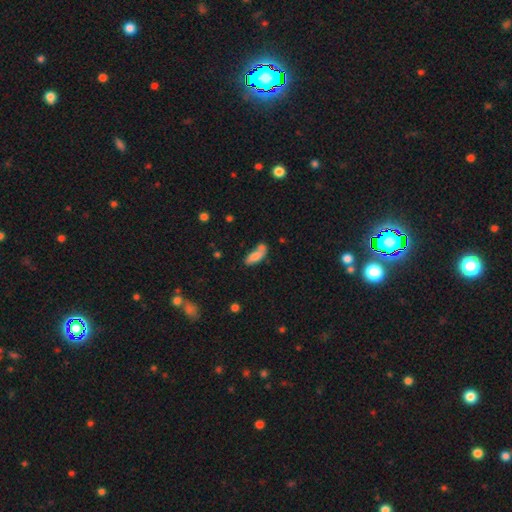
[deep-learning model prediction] A smooth galaxy with no disk features (77%) that is in between round and cigar-shaped (73%). Merging: none (42%).